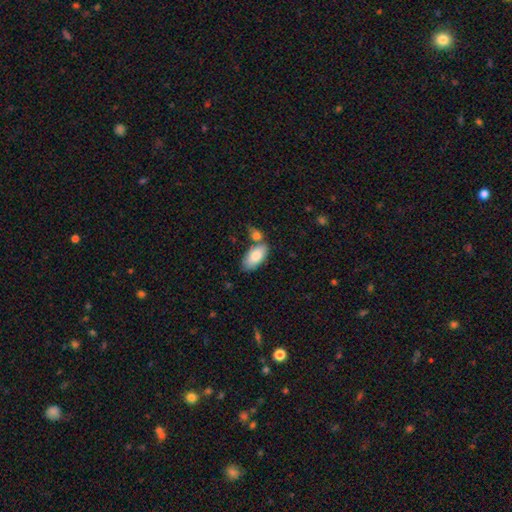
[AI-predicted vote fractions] Smooth or featured?
  - smooth: 83% *
  - featured or disk: 11%
  - star or artifact: 6%
How rounded?
  - in between: 94% *
  - cigar-shaped: 4%
  - round: 2%
Merging?
  - none: 60% *
  - merger: 21%
  - minor disturbance: 15%
  - major disturbance: 4%